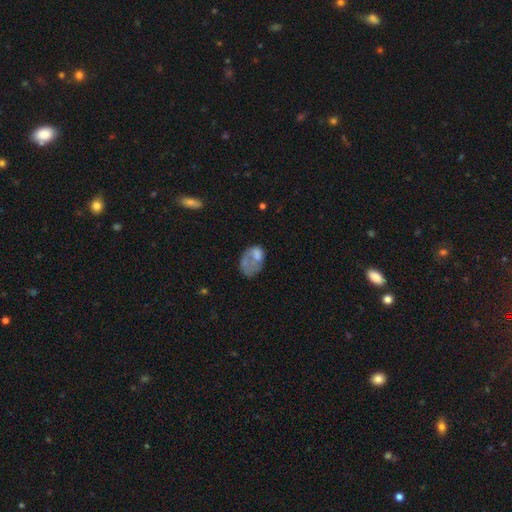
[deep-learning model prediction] Overall: smooth (54%; featured or disk 36%). How rounded: in between (80%). Merging: major disturbance (42%; none 26%).